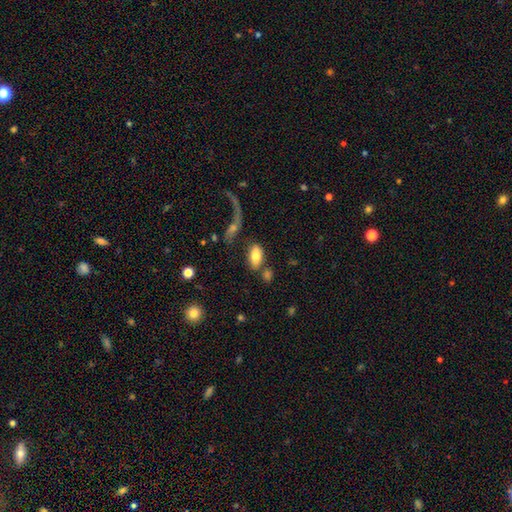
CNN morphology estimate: This is likely a smooth galaxy (79%). How rounded: clearly in between (93%). Merging: likely none (65%).